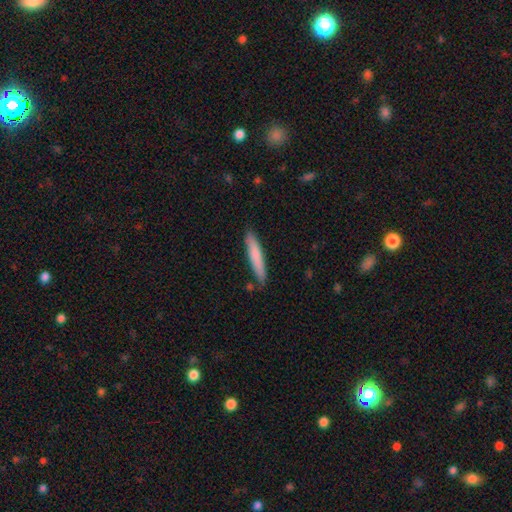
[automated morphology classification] Q: Smooth or featured?
A: smooth (75%); runner-up: featured or disk (19%)
Q: How rounded?
A: cigar-shaped (93%); runner-up: in between (6%)
Q: Merging?
A: none (84%); runner-up: minor disturbance (12%)